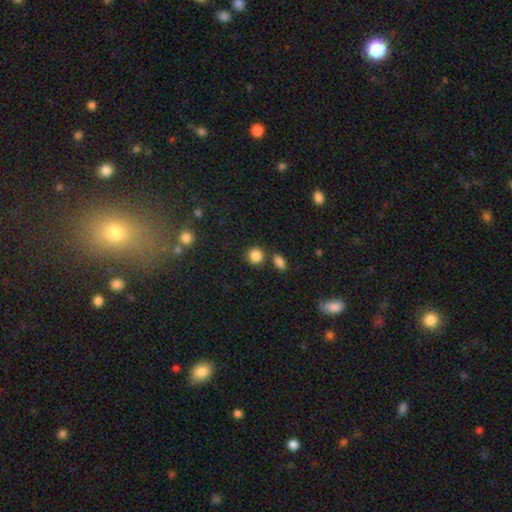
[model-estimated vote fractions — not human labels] smooth-or-featured: smooth: 85% | star or artifact: 10% | featured or disk: 4%
  how-rounded: round: 88% | in between: 11% | cigar-shaped: 1%
  merging: none: 77% | merger: 11% | minor disturbance: 9% | major disturbance: 3%